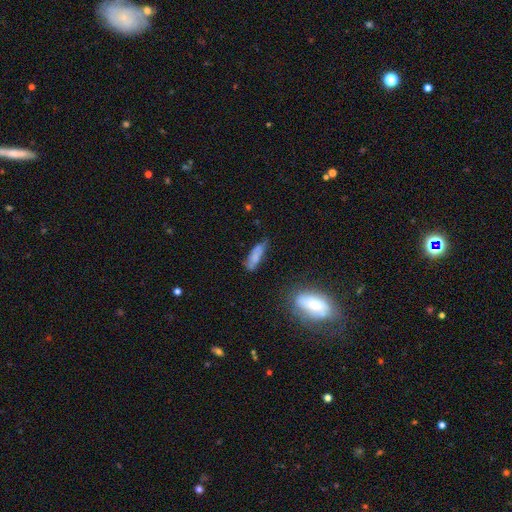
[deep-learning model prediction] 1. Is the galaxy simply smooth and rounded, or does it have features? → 68% smooth, 22% featured or disk, 10% star or artifact.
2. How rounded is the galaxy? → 53% cigar-shaped, 45% in between, 3% round.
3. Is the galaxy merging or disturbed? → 52% none, 29% minor disturbance, 12% major disturbance, 7% merger.